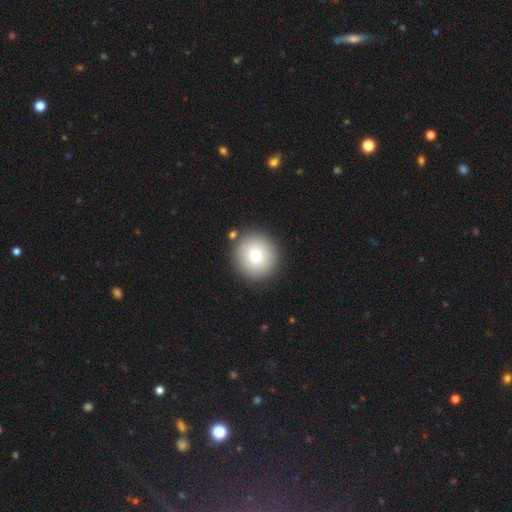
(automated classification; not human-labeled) Smooth or featured?
  - smooth: 75% *
  - featured or disk: 14%
  - star or artifact: 11%
How rounded?
  - round: 94% *
  - in between: 5%
  - cigar-shaped: 1%
Merging?
  - none: 87% *
  - minor disturbance: 7%
  - merger: 4%
  - major disturbance: 2%